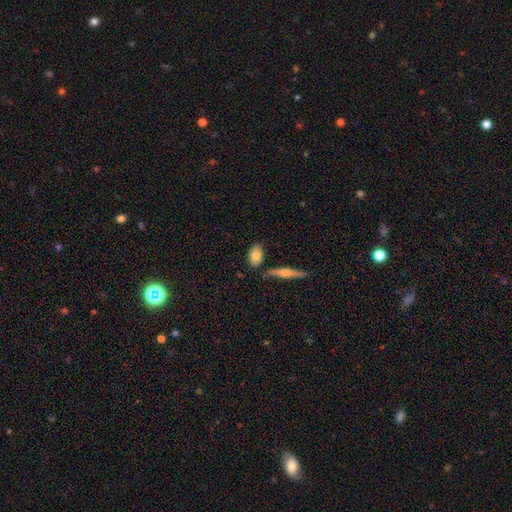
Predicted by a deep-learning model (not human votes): Smooth or featured? Predicted: smooth (p=0.78). How rounded? Predicted: in between (p=0.85). Merging? Predicted: none (p=0.73).